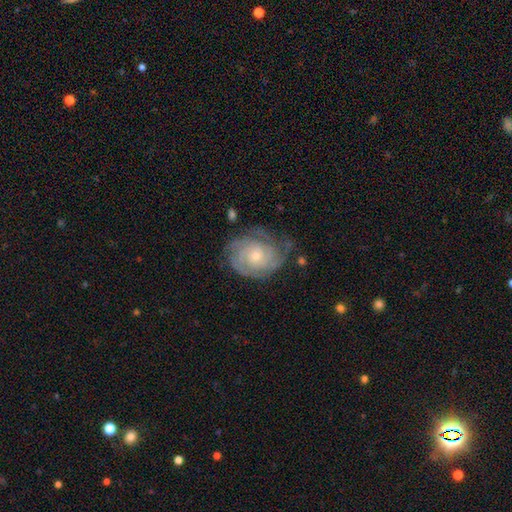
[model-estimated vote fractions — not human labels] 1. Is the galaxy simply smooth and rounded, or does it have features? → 85% featured or disk, 9% smooth, 6% star or artifact.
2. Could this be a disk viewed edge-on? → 98% no, 2% yes.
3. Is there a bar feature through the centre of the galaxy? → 76% no, 20% weak, 4% strong.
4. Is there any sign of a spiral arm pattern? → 97% yes, 3% no.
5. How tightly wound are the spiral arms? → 74% tight, 22% medium, 4% loose.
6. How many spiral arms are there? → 28% 3, 25% can't tell, 19% 2, 16% 4, 6% more than 4, 5% 1.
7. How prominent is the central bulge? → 63% small, 33% moderate, 1% none, 1% large, 1% dominant.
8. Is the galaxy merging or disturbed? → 70% none, 20% minor disturbance, 7% major disturbance, 2% merger.